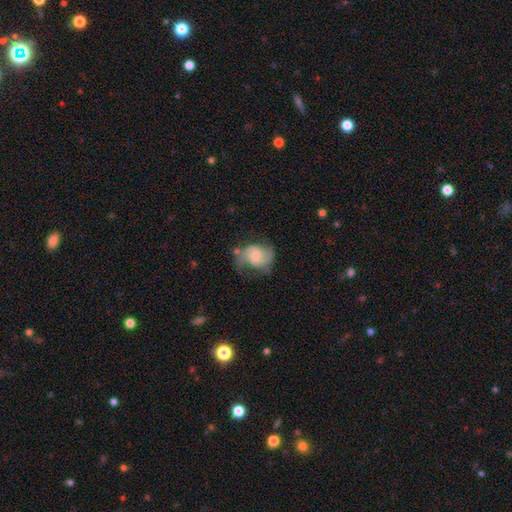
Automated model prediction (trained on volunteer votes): Overall: featured or disk (73%). Edge-on disk: no (98%). Bar: no (55%; weak 39%). Spiral arms: yes (93%). Spiral arm count: 2 (85%). Spiral winding: medium (49%; loose 32%). Bulge size: small (42%, tied with moderate). Merging: none (55%; minor disturbance 26%).